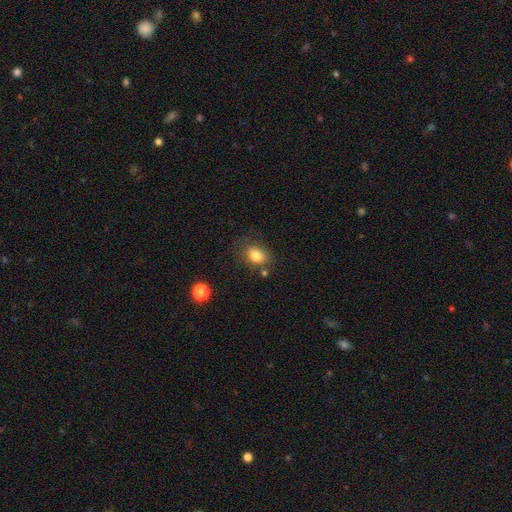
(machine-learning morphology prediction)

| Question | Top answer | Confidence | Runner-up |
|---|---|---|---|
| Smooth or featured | smooth | 82% | star or artifact (10%) |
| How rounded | in between | 63% | round (36%) |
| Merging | none | 74% | minor disturbance (16%) |